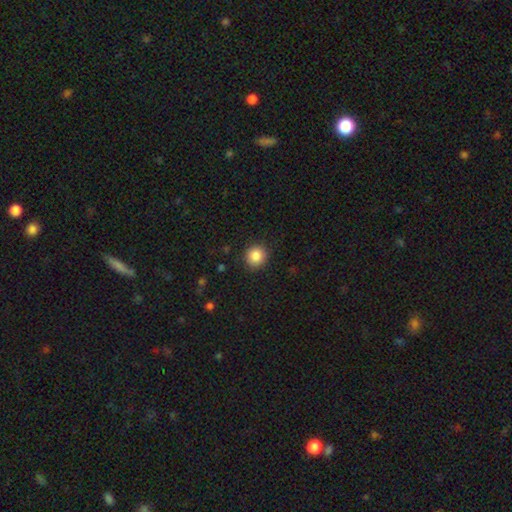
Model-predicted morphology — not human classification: Smooth or featured? smooth (86%)
How rounded? round (89%)
Merging? none (90%)